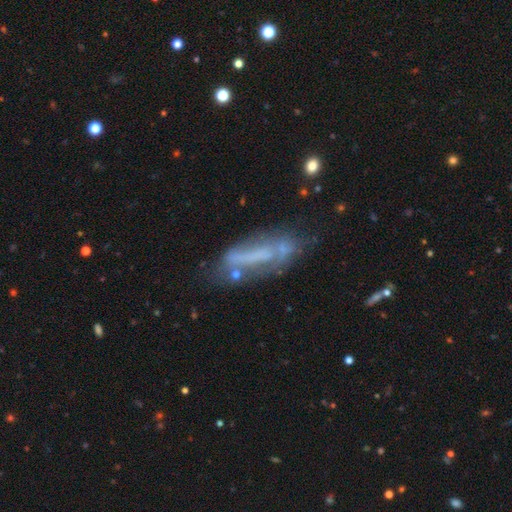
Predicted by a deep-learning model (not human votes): Smooth or featured?
  - featured or disk: 58% *
  - smooth: 30%
  - star or artifact: 12%
Edge-on disk?
  - no: 68% *
  - yes: 32%
Merging?
  - none: 51% *
  - minor disturbance: 24%
  - major disturbance: 16%
  - merger: 9%